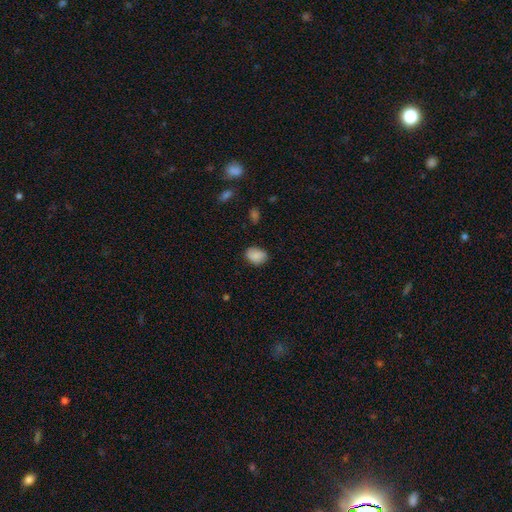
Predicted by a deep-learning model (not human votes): Smooth or featured? smooth (87%)
How rounded? in between (70%)
Merging? none (79%)